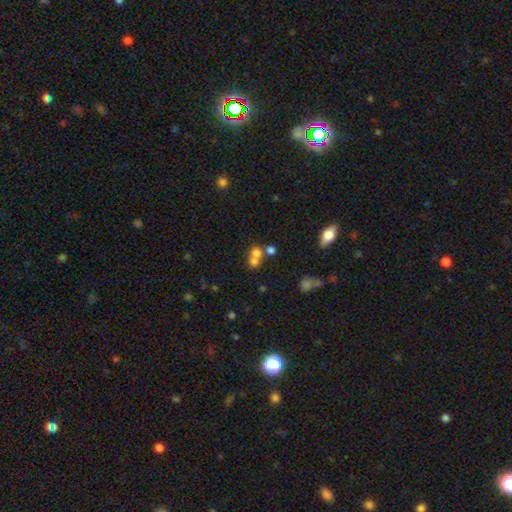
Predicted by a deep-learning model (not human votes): smooth 67%, star or artifact 17%, featured or disk 16%. Down the decision tree: how rounded — round (70%); merging — merger (58%).